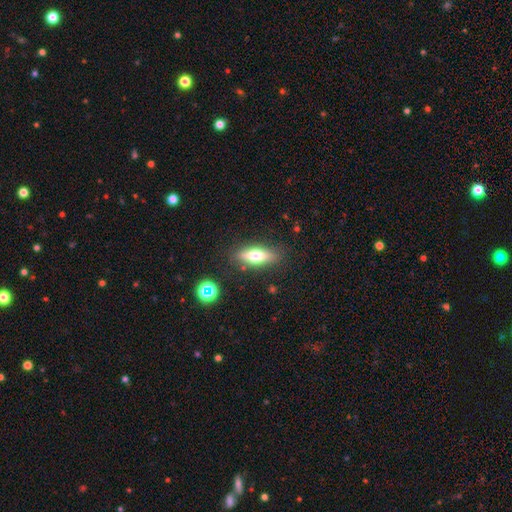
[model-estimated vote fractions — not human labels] A smooth galaxy with no disk features (58%) that is in between round and cigar-shaped (56%).

Vote fractions:
- Smooth or featured? smooth: 58% / featured or disk: 33% / star or artifact: 9%
- How rounded? in between: 56% / cigar-shaped: 40% / round: 4%
- Merging? none: 84% / minor disturbance: 11% / major disturbance: 3% / merger: 2%